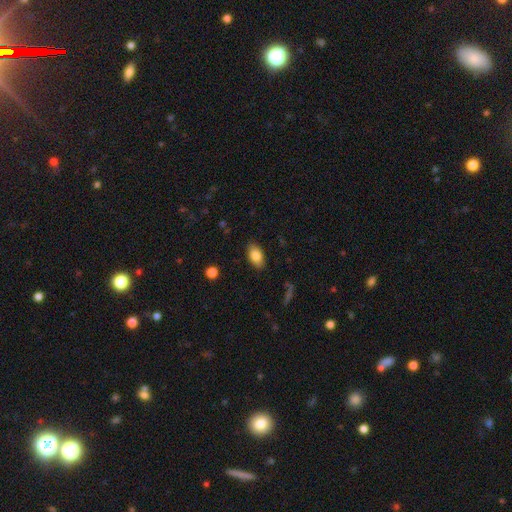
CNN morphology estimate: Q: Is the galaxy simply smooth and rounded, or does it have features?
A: smooth — 82%.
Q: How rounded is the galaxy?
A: in between — 91%.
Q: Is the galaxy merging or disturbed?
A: none — 86%.